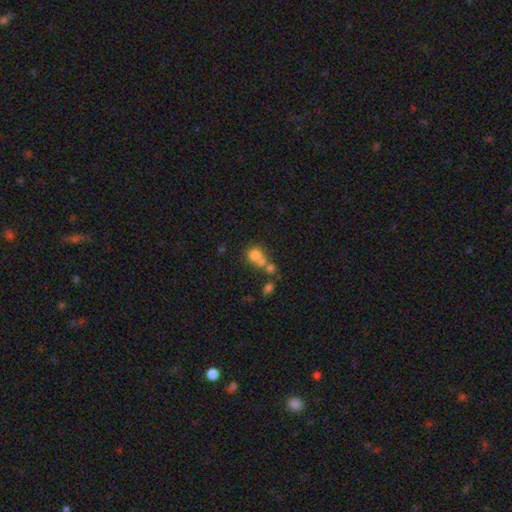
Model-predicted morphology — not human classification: A smooth galaxy with no disk features (71%) that is round (73%).

Vote fractions:
- Smooth or featured? smooth: 71% / featured or disk: 16% / star or artifact: 13%
- How rounded? round: 73% / in between: 26% / cigar-shaped: 1%
- Merging? merger: 53% / none: 32% / minor disturbance: 9% / major disturbance: 6%